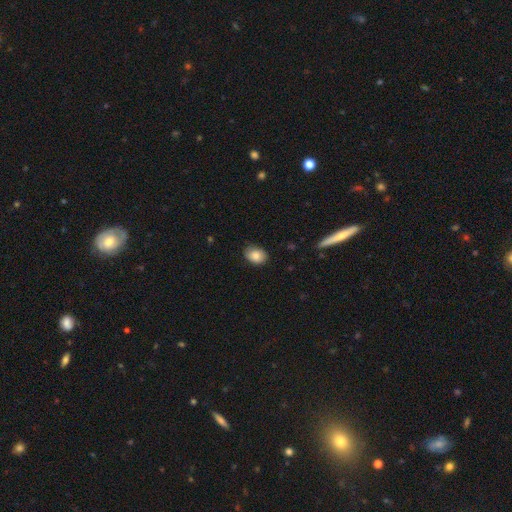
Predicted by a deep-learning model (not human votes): Smooth or featured? smooth (84%)
How rounded? in between (72%)
Merging? none (81%)